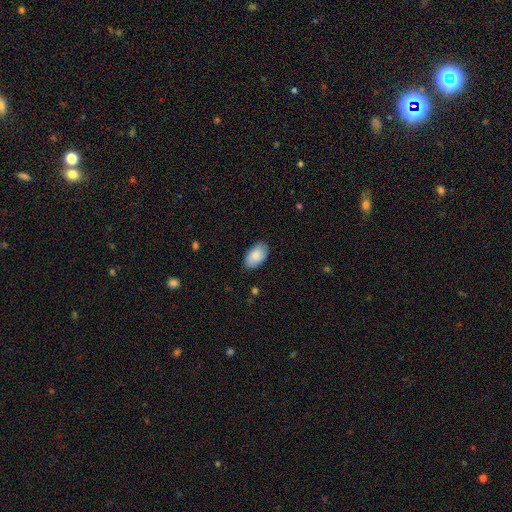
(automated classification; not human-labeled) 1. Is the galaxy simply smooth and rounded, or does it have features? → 86% smooth, 8% featured or disk, 6% star or artifact.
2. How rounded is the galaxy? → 94% in between, 4% round, 1% cigar-shaped.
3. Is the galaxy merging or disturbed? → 83% none, 14% minor disturbance, 2% major disturbance, 1% merger.